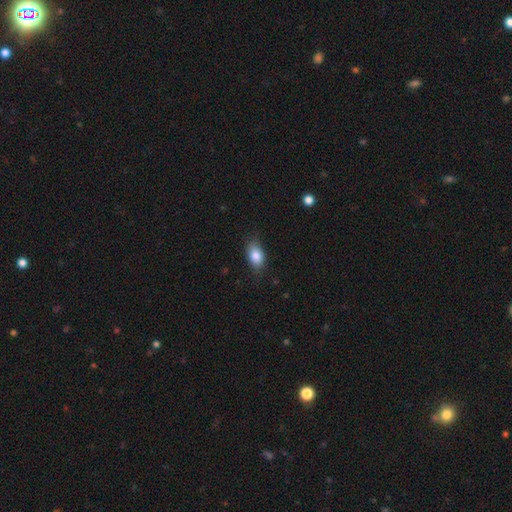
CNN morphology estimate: Smooth or featured: smooth — 84% (featured or disk — 8%)
How rounded: in between — 87% (round — 10%)
Merging: none — 78% (minor disturbance — 17%)